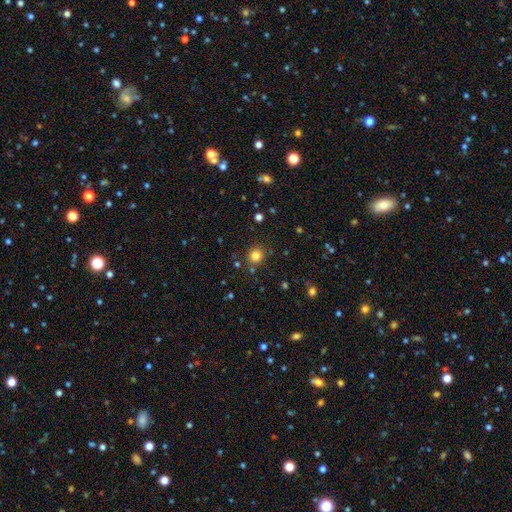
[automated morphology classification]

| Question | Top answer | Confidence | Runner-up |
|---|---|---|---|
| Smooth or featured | smooth | 81% | star or artifact (14%) |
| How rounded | round | 87% | in between (12%) |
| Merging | none | 85% | minor disturbance (8%) |